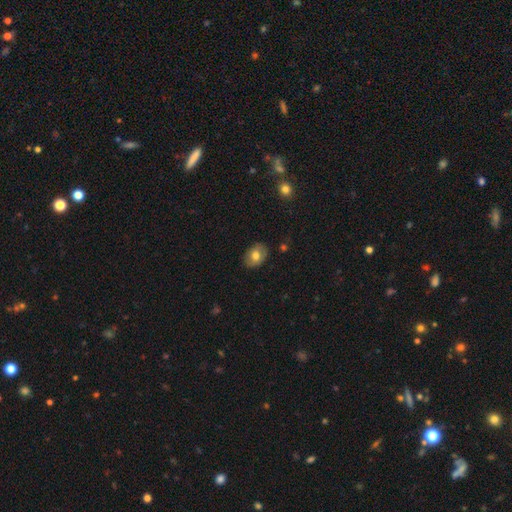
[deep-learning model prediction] smooth-or-featured: smooth: 74% | featured or disk: 18% | star or artifact: 8%
  how-rounded: in between: 72% | round: 27% | cigar-shaped: 1%
  merging: none: 85% | minor disturbance: 12% | major disturbance: 2% | merger: 1%